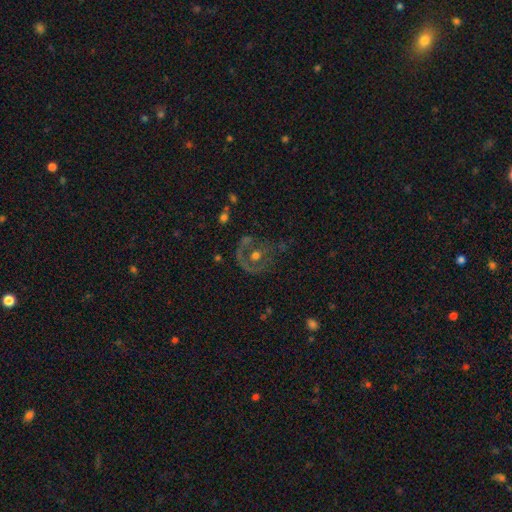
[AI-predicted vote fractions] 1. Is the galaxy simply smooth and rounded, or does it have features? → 57% featured or disk, 32% smooth, 11% star or artifact.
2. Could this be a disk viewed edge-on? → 97% no, 3% yes.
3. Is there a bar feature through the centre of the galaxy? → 85% no, 11% weak, 3% strong.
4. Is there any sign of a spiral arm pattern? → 62% no, 38% yes.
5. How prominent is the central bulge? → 68% moderate, 14% small, 12% large, 4% none, 2% dominant.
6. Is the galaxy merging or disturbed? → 52% none, 22% major disturbance, 18% minor disturbance, 7% merger.